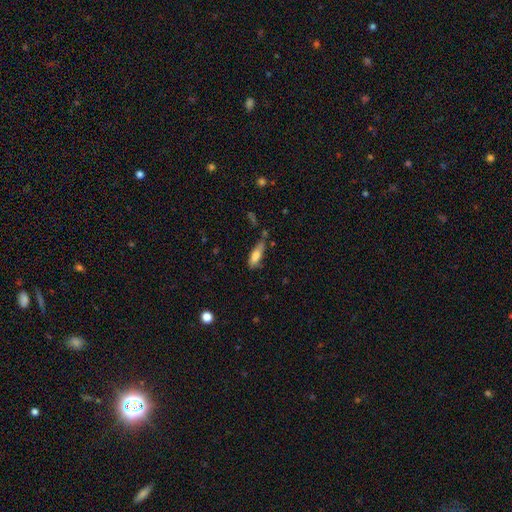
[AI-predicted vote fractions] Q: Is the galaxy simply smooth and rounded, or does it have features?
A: smooth — 76%.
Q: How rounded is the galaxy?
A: in between — 60%.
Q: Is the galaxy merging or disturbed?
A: none — 47%.